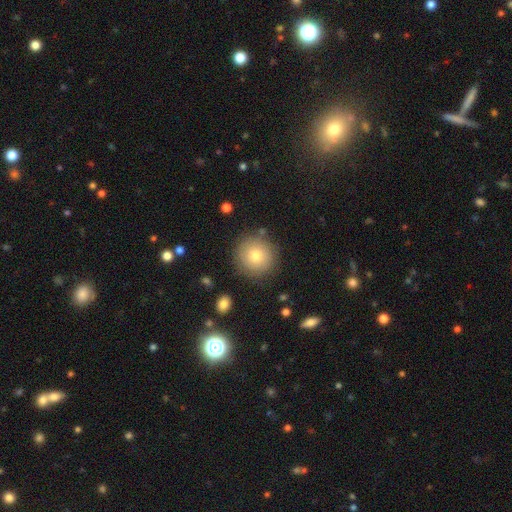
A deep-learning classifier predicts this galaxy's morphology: A smooth galaxy with no disk features (76%) that is round (94%). Merging: none (87%).